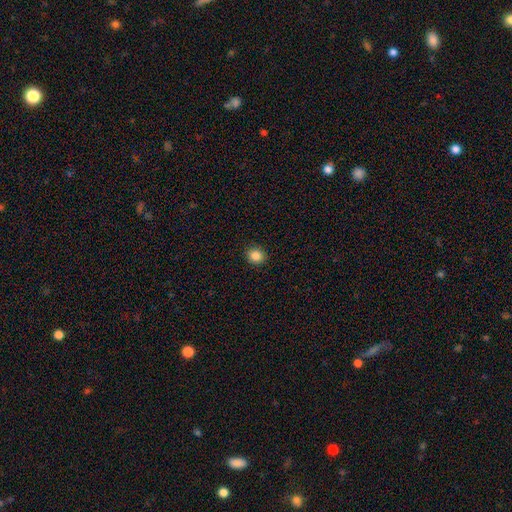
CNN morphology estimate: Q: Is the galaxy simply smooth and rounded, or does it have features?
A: smooth — 86%.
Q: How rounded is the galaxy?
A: round — 80%.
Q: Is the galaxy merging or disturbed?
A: none — 91%.